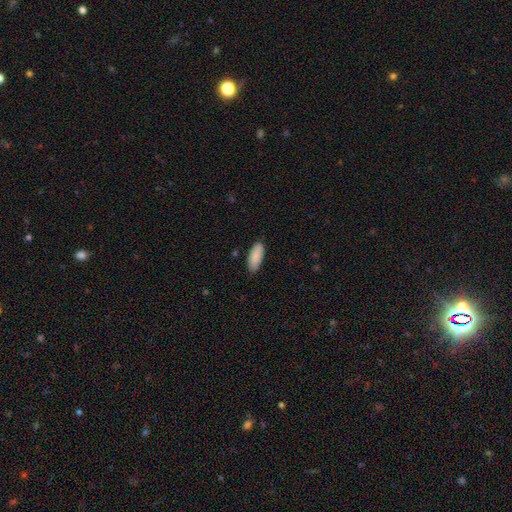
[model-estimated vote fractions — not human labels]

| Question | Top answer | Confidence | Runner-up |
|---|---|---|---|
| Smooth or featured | smooth | 89% | star or artifact (6%) |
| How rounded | in between | 78% | cigar-shaped (21%) |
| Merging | none | 84% | minor disturbance (13%) |